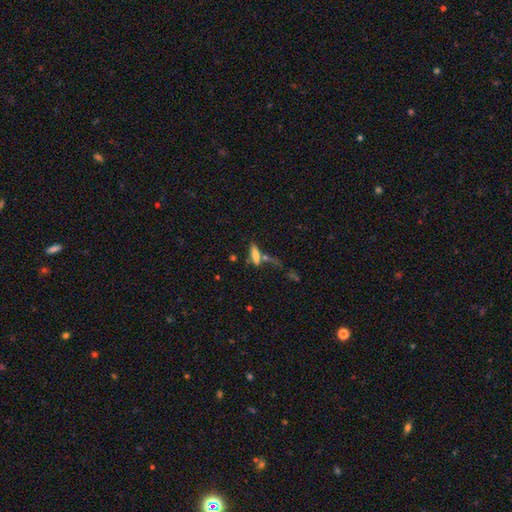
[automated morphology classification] smooth_or_featured: smooth (p=0.61) [alt: featured or disk p=0.28]
how_rounded: cigar-shaped (p=0.61) [alt: in between p=0.35]
merging: none (p=0.44) [alt: merger p=0.28]